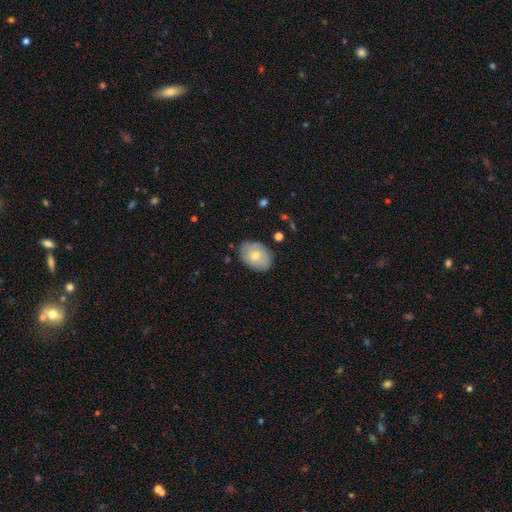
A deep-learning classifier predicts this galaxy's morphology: smooth_or_featured: smooth (p=0.67) [alt: featured or disk p=0.26]
how_rounded: in between (p=0.75) [alt: round p=0.24]
merging: none (p=0.80) [alt: minor disturbance p=0.15]